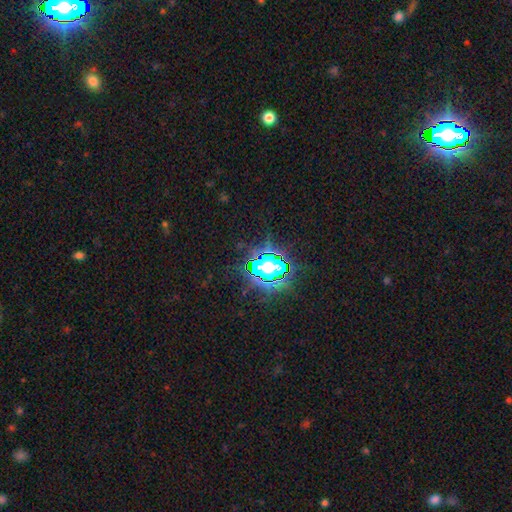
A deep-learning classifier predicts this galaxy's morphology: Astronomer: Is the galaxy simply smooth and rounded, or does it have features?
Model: star or artifact — 77%.